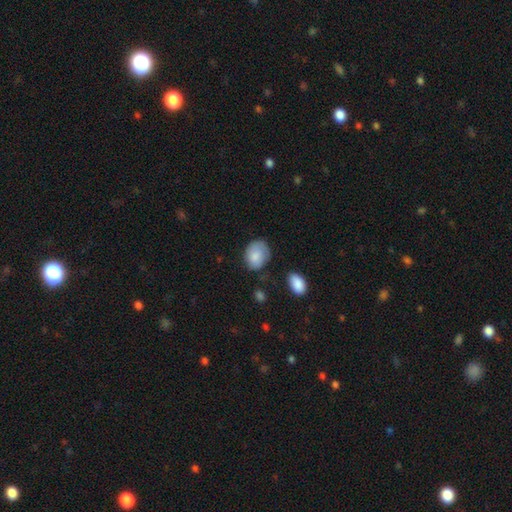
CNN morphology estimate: A smooth galaxy with no disk features (81%) that is in between round and cigar-shaped (63%).

Vote fractions:
- Smooth or featured? smooth: 81% / featured or disk: 12% / star or artifact: 7%
- How rounded? in between: 63% / round: 36% / cigar-shaped: 1%
- Merging? none: 55% / minor disturbance: 31% / major disturbance: 10% / merger: 3%